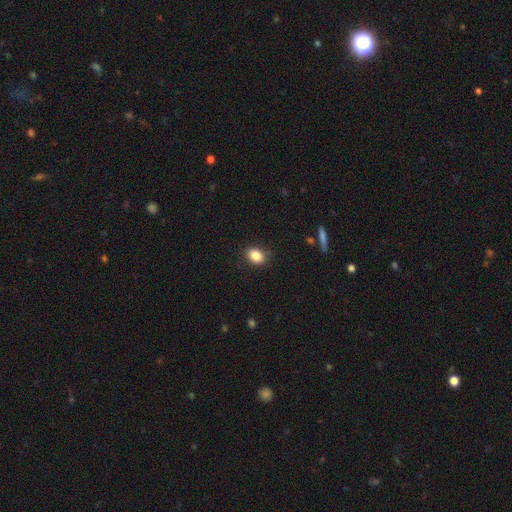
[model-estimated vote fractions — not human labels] Q: Smooth or featured?
A: smooth (86%); runner-up: star or artifact (9%)
Q: How rounded?
A: in between (67%); runner-up: round (31%)
Q: Merging?
A: none (85%); runner-up: minor disturbance (11%)